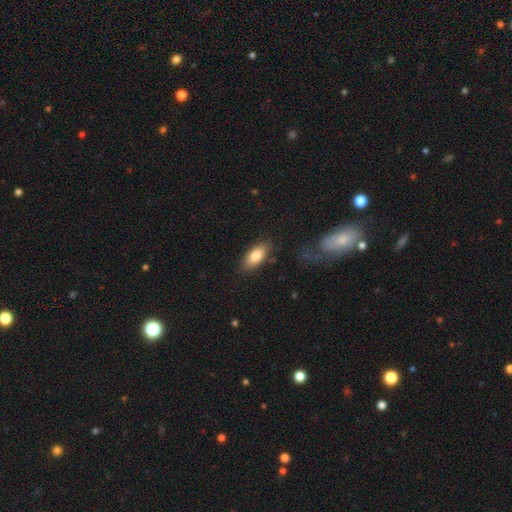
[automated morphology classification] smooth 80%, featured or disk 13%, star or artifact 7%. Down the decision tree: how rounded — in between (86%); merging — none (81%).